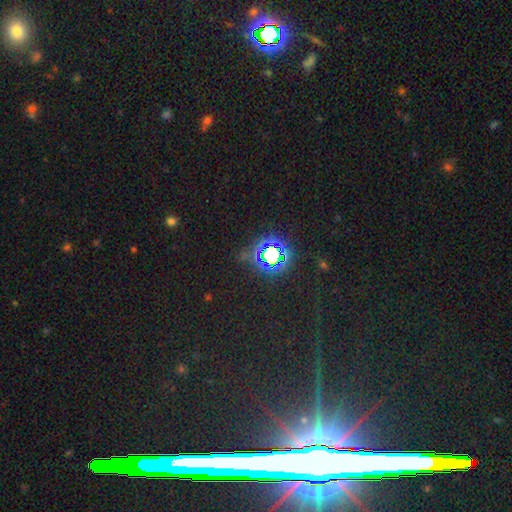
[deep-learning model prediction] Smooth or featured? star or artifact (78%)